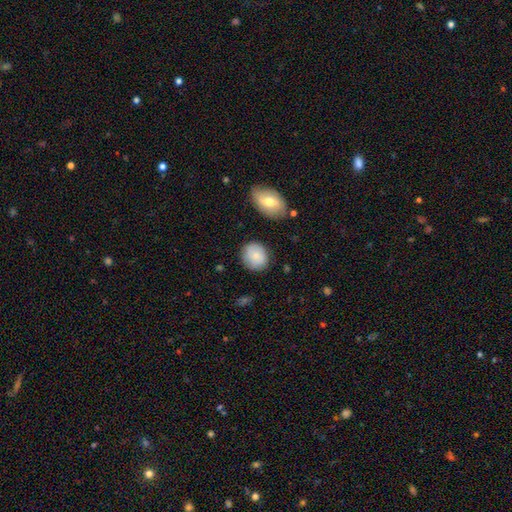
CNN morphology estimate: smooth 80%, featured or disk 12%, star or artifact 8%. Down the decision tree: how rounded — round (72%); merging — none (80%).